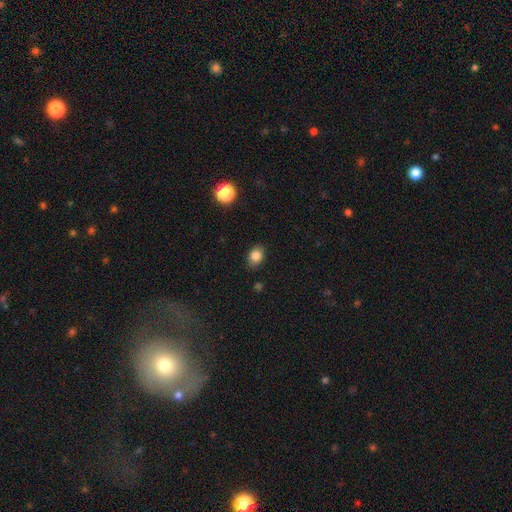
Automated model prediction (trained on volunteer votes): This appears to be a smooth galaxy with no disk features (84%) that is in between round and cigar-shaped (64%). Merging: none (84%).